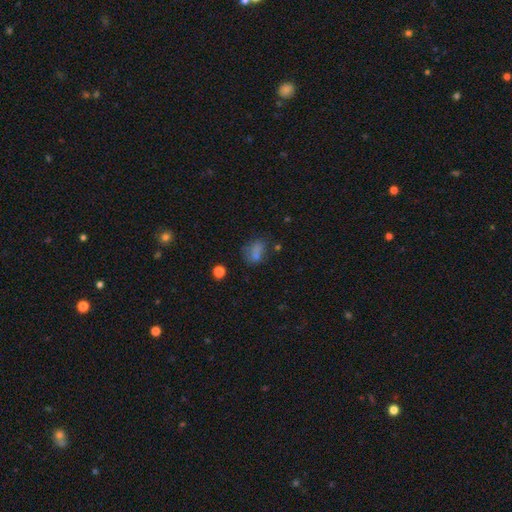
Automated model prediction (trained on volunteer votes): A smooth galaxy with no disk features (61%) that is in between round and cigar-shaped (64%). Merging: none (52%).